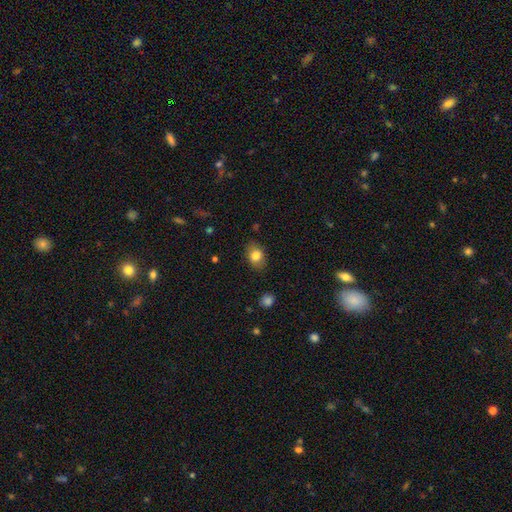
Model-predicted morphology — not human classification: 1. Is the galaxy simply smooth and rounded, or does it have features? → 82% smooth, 9% featured or disk, 9% star or artifact.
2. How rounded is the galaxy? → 69% in between, 30% round, 1% cigar-shaped.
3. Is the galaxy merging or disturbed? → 83% none, 13% minor disturbance, 3% major disturbance, 1% merger.